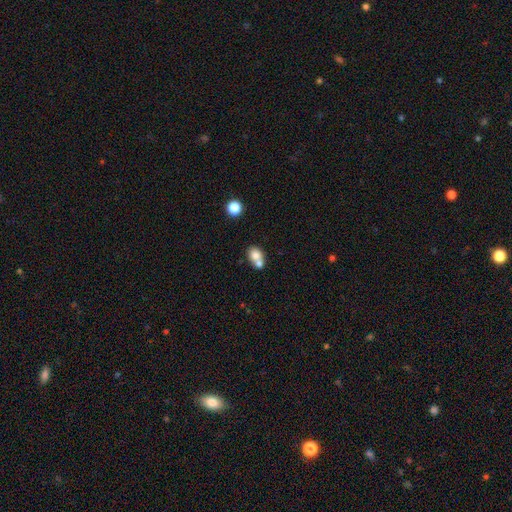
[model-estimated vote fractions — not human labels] Morphology: type=smooth (77%); roundness=round (59%); merging=merger (53%).